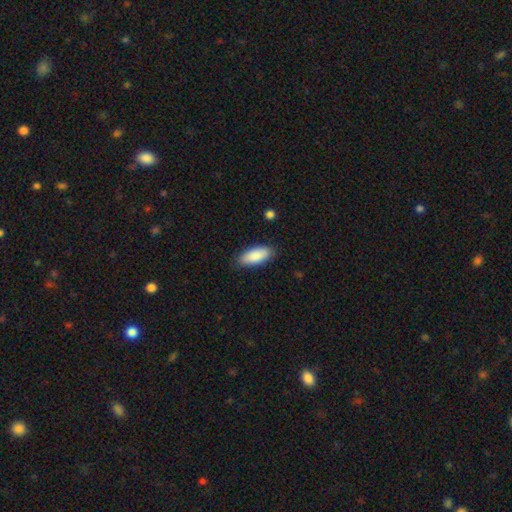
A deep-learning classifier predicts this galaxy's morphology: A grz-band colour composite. It shows a smooth galaxy with no disk features (89%) that is in between round and cigar-shaped (84%). Merging: none (86%).